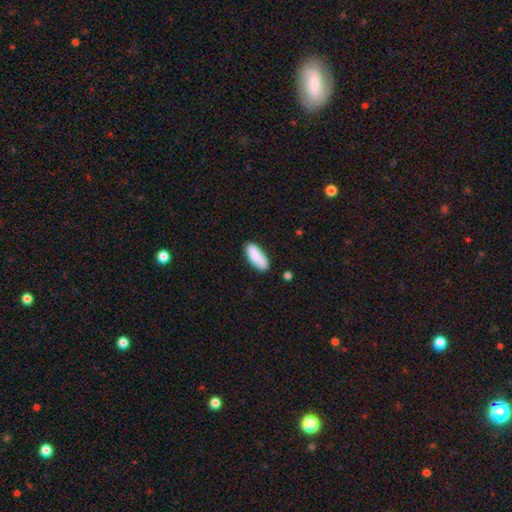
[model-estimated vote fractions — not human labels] Smooth or featured? Predicted: smooth (p=0.85). How rounded? Predicted: in between (p=0.81). Merging? Predicted: none (p=0.76).